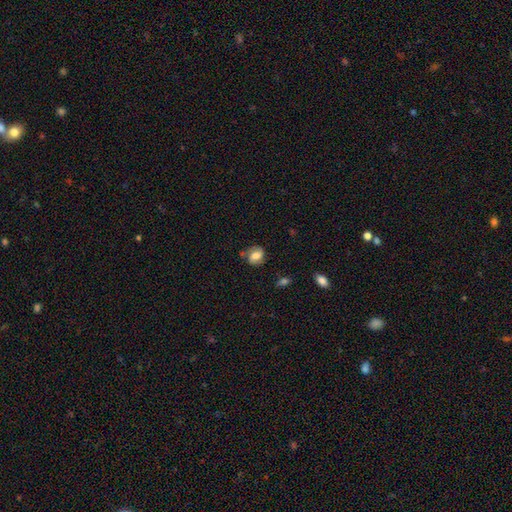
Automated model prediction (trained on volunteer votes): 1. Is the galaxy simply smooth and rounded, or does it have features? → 63% smooth, 28% featured or disk, 9% star or artifact.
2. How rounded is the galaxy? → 52% round, 47% in between, 1% cigar-shaped.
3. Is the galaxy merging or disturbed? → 66% none, 21% minor disturbance, 7% major disturbance, 6% merger.